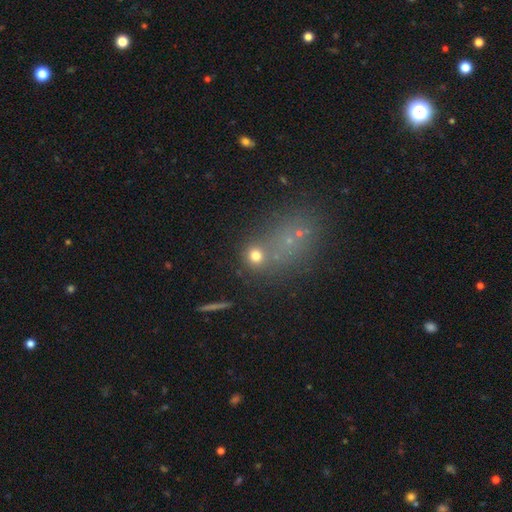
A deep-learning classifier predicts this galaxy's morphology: This appears to be a smooth galaxy with no disk features (67%) that is round (80%). Merging: none (63%).